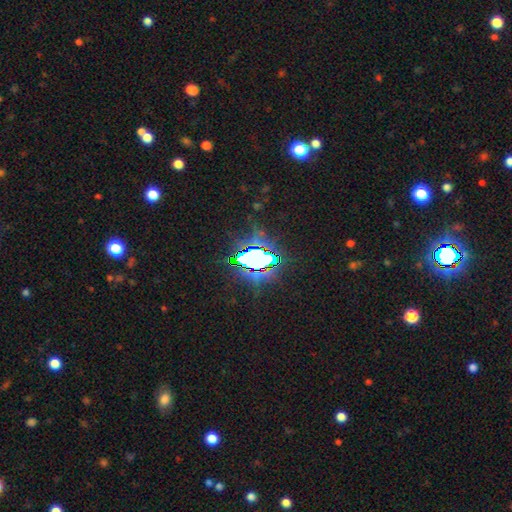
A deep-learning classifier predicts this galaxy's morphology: This is likely a star or artifact rather than a galaxy (71%).